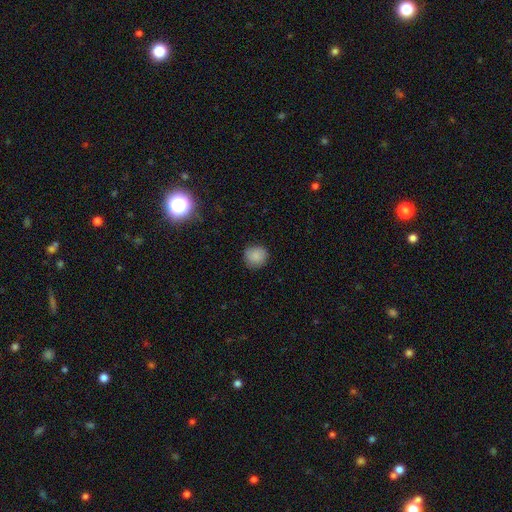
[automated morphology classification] Smooth or featured?
  - smooth: 86% *
  - star or artifact: 9%
  - featured or disk: 5%
How rounded?
  - round: 91% *
  - in between: 8%
  - cigar-shaped: 1%
Merging?
  - none: 87% *
  - minor disturbance: 10%
  - major disturbance: 2%
  - merger: 1%